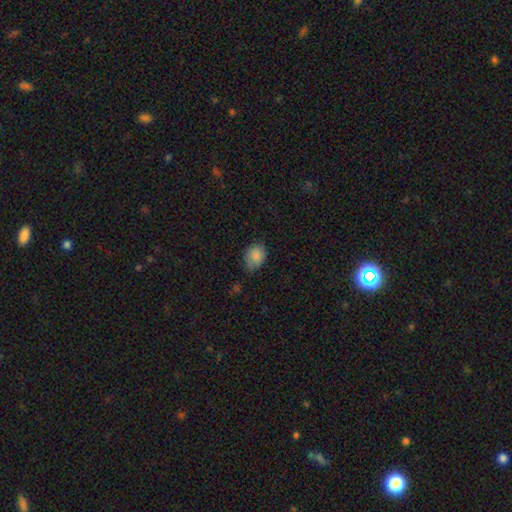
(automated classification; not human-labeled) Smooth or featured? Predicted: smooth (p=0.86). How rounded? Predicted: in between (p=0.55). Merging? Predicted: none (p=0.63).